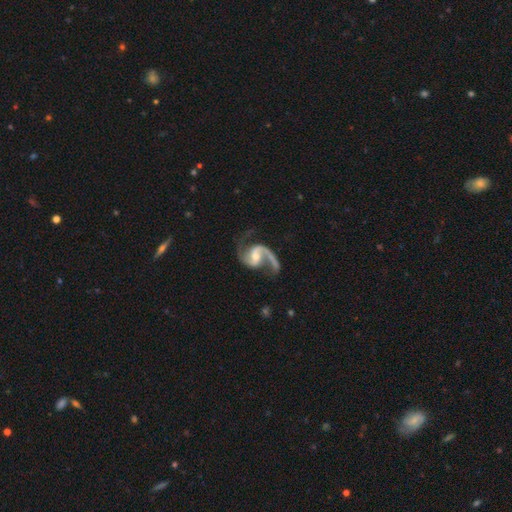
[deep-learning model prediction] Overall: featured or disk (92%). Edge-on disk: no (98%). Bar: weak (47%; no 30%). Spiral arms: yes (98%). Spiral arm count: 2 (86%). Spiral winding: medium (47%; loose 44%). Bulge size: moderate (47%; small 44%). Merging: none (62%).